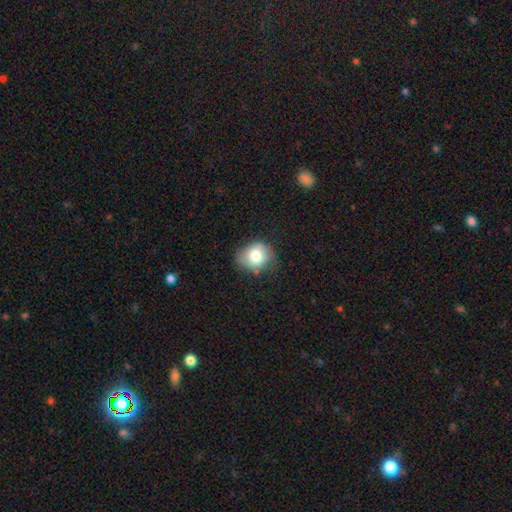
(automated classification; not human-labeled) This is likely a smooth galaxy (77%). How rounded: likely round (62%). Merging: likely none (67%).